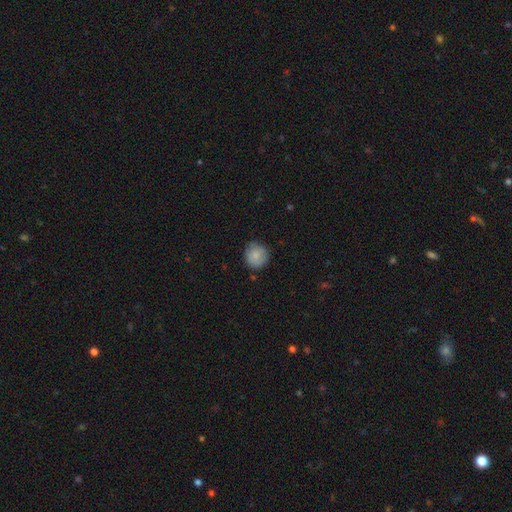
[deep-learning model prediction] A smooth galaxy with no disk features (83%) that is round (91%). Merging: none (79%).